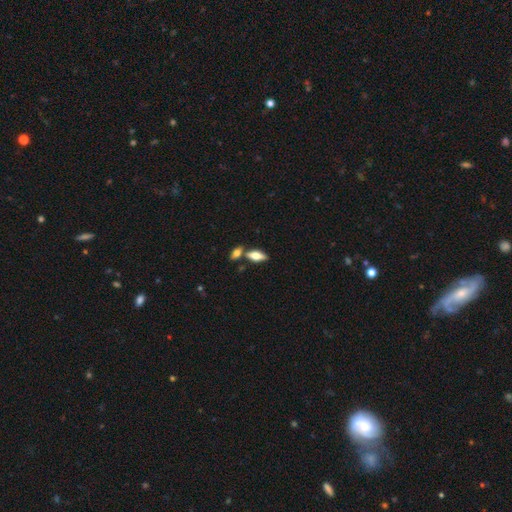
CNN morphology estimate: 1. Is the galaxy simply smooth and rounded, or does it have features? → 54% smooth, 38% featured or disk, 8% star or artifact.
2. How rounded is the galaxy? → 76% in between, 20% cigar-shaped, 4% round.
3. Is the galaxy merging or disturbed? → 64% none, 22% merger, 10% minor disturbance, 3% major disturbance.